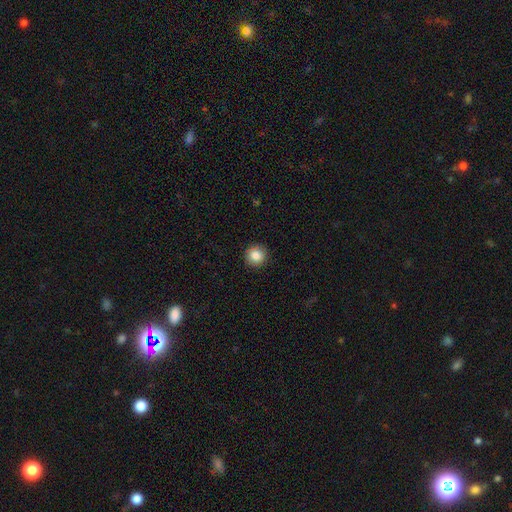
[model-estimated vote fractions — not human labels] This appears to be a smooth galaxy with no disk features (85%) that is round (94%). Merging: none (92%).